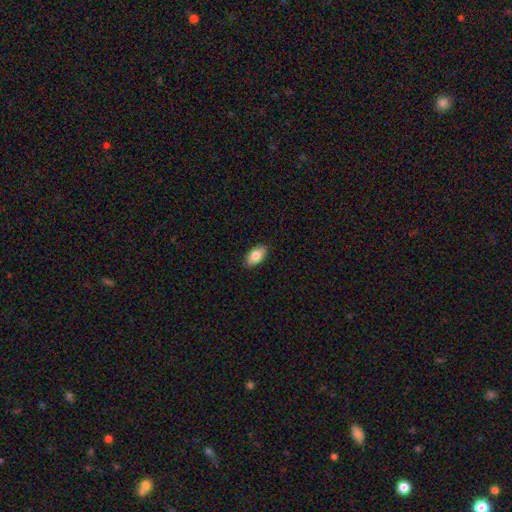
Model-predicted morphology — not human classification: This is clearly a smooth galaxy (82%). How rounded: clearly in between (93%). Merging: clearly none (88%).